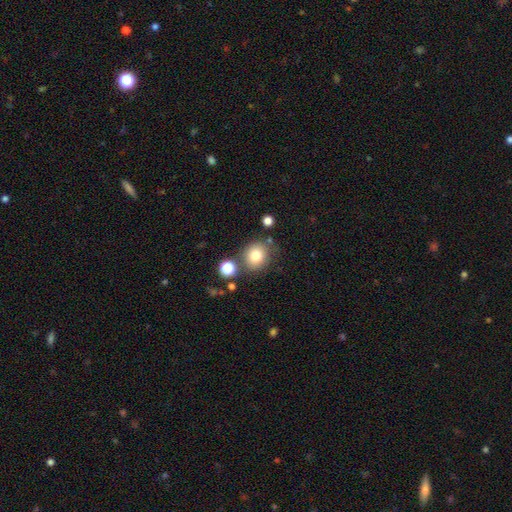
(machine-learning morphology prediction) Overall: smooth (79%). How rounded: round (78%). Merging: none (75%).